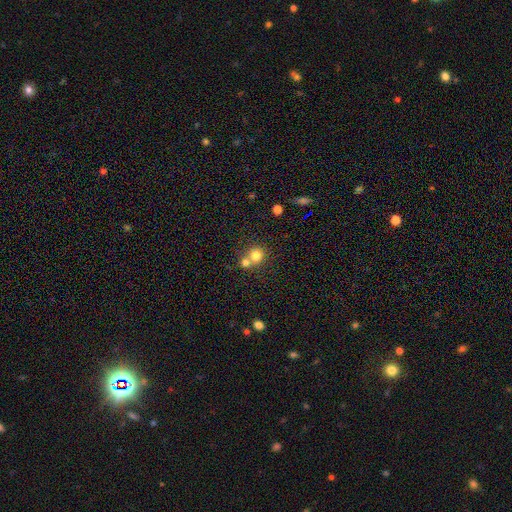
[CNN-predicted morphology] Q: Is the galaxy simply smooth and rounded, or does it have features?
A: smooth — 78%.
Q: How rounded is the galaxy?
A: round — 87%.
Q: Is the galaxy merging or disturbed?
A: none — 46%, tied with merger.